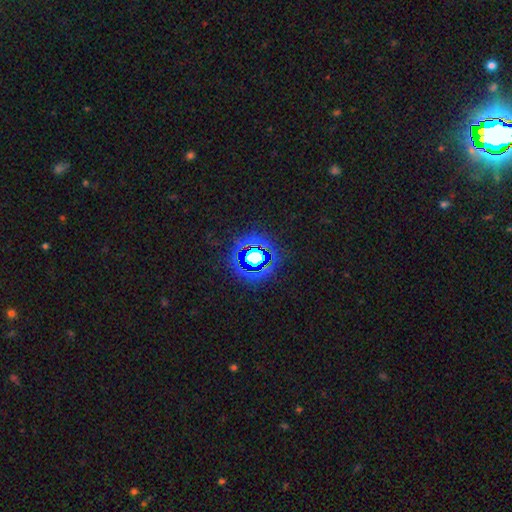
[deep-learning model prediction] Morphology: type=star or artifact (72%).